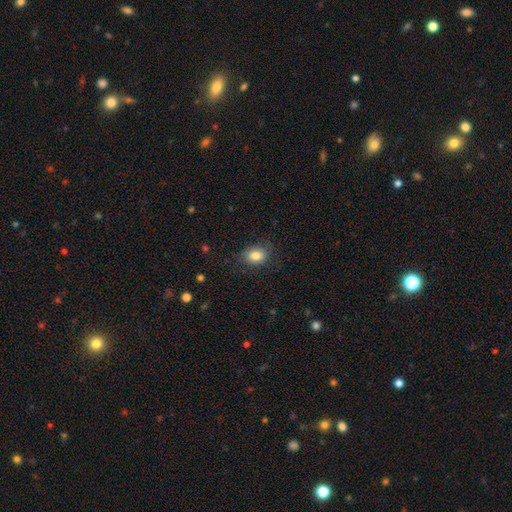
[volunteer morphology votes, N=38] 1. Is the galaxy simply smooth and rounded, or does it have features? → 89% smooth, 5% featured or disk, 5% star or artifact.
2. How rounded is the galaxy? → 82% in between, 18% round, 0% cigar-shaped.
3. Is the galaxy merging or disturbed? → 69% none, 22% minor disturbance, 6% major disturbance, 3% merger.